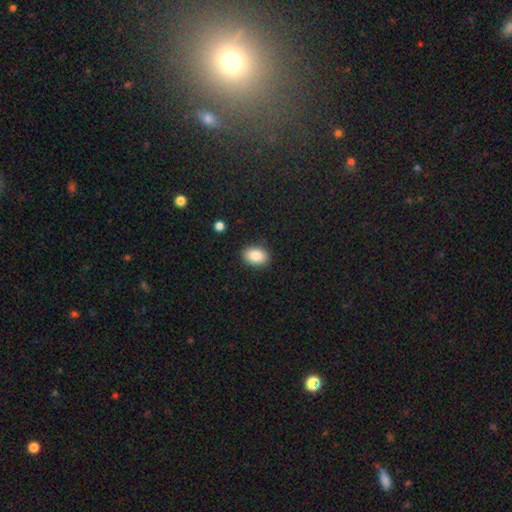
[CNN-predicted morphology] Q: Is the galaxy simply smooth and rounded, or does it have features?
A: smooth — 87%.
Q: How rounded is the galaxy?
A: in between — 83%.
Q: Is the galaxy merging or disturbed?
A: none — 87%.